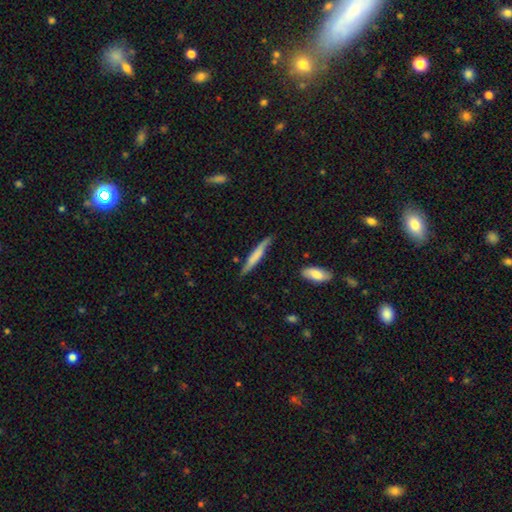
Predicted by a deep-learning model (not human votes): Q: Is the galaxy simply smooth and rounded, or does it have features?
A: smooth — 59%.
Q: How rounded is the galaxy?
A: cigar-shaped — 93%.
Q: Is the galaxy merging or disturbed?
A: none — 77%.